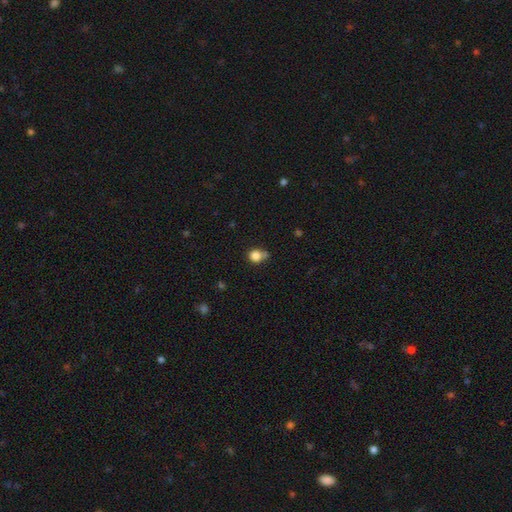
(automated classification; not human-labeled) This is clearly a smooth galaxy (82%). How rounded: clearly round (80%). Merging: possibly none (53%).